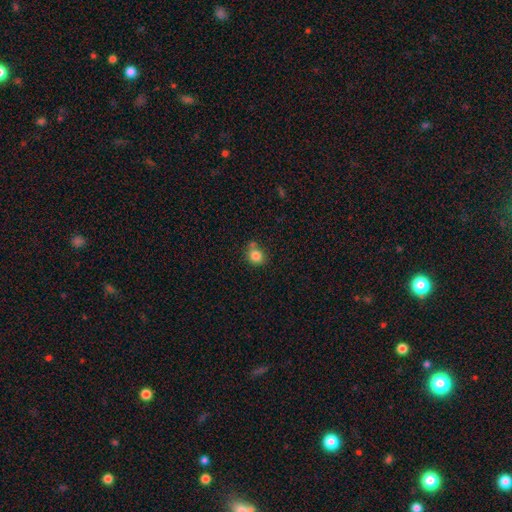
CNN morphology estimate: Smooth or featured: smooth — 82% (star or artifact — 11%)
How rounded: round — 75% (in between — 24%)
Merging: none — 62% (minor disturbance — 17%)